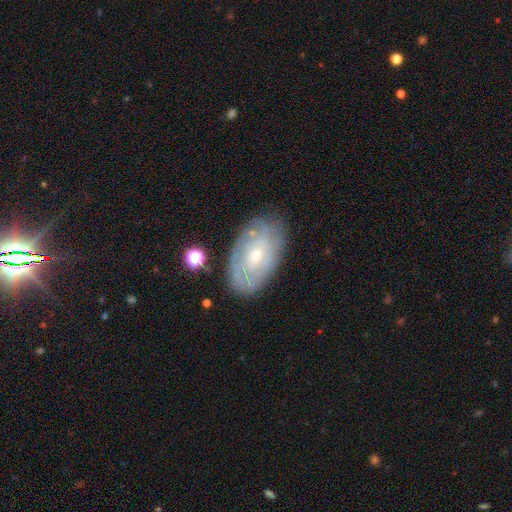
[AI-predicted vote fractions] Morphology: type=featured or disk (65%); edge-on=no (93%); bar=no (71%); spiral arms=yes (70%); bulge=small (52%); merging=none (75%).